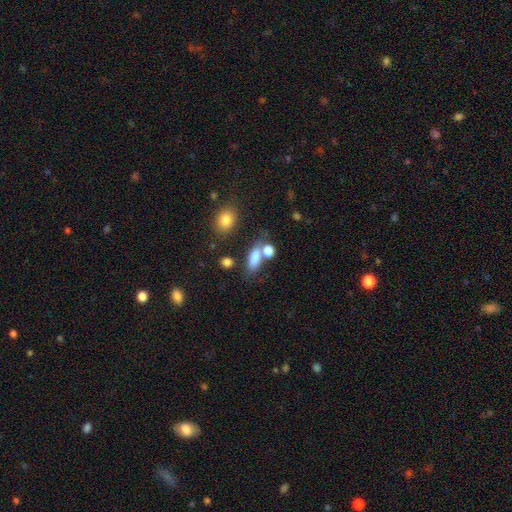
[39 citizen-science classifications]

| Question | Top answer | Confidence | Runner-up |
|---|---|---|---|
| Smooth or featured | smooth | 82% | featured or disk (13%) |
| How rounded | in between | 69% | cigar-shaped (31%) |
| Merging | none | 43% | merger (41%) |